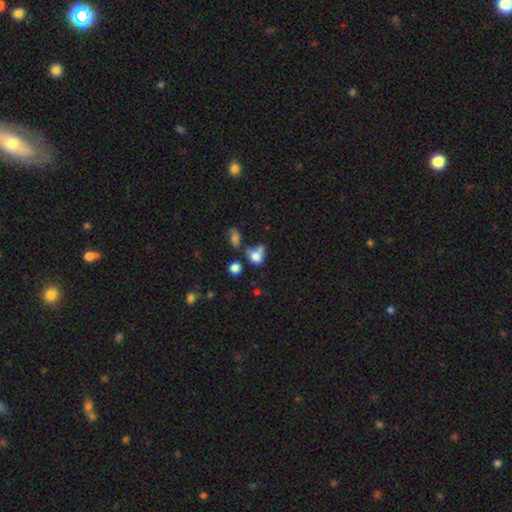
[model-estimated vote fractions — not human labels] Q: Smooth or featured?
A: smooth (74%); runner-up: featured or disk (14%)
Q: How rounded?
A: in between (50%); runner-up: round (48%)
Q: Merging?
A: merger (39%); runner-up: none (33%)